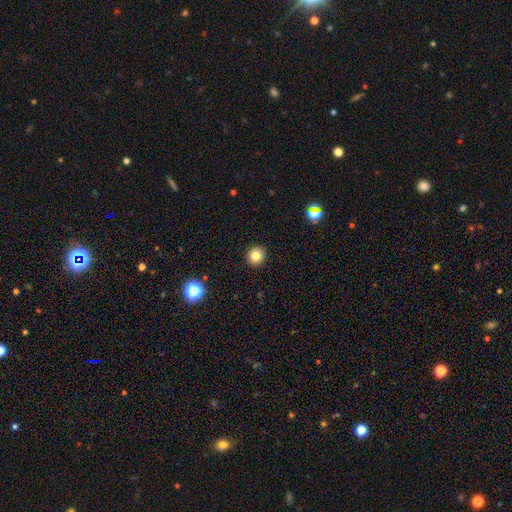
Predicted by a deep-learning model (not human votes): smooth_or_featured: smooth (p=0.81) [alt: star or artifact p=0.13]
how_rounded: round (p=0.91) [alt: in between p=0.08]
merging: none (p=0.93) [alt: minor disturbance p=0.05]